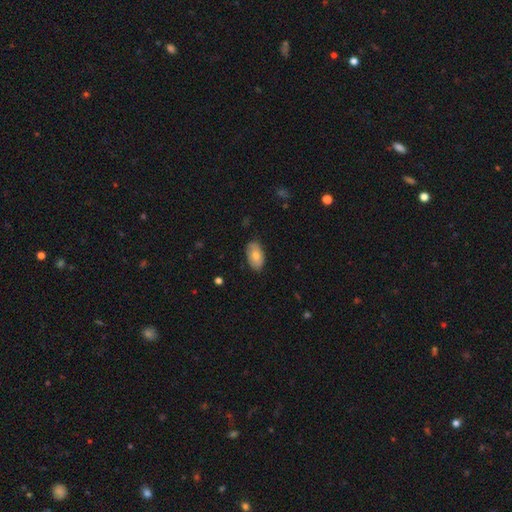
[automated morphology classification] Overall: smooth (71%). How rounded: in between (93%). Merging: none (80%).